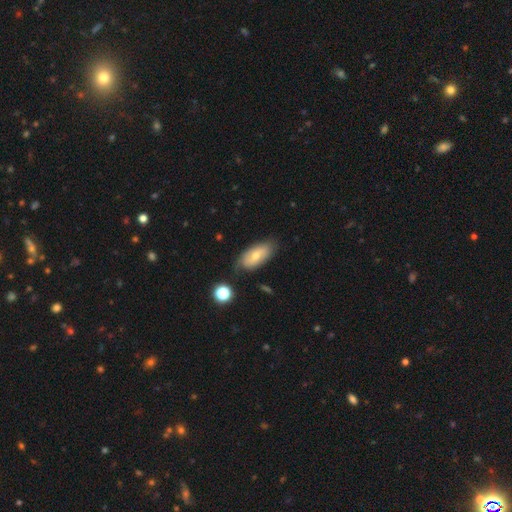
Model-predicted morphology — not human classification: Smooth or featured?
  - smooth: 59% *
  - featured or disk: 34%
  - star or artifact: 8%
How rounded?
  - in between: 90% *
  - cigar-shaped: 6%
  - round: 4%
Merging?
  - none: 69% *
  - minor disturbance: 23%
  - major disturbance: 5%
  - merger: 3%